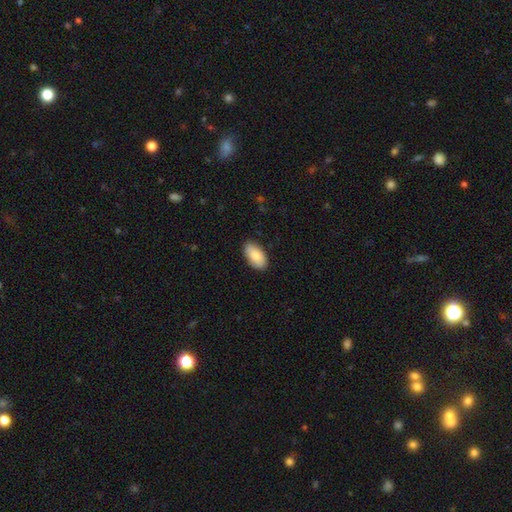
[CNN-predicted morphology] smooth_or_featured: smooth (p=0.85) [alt: featured or disk p=0.09]
how_rounded: in between (p=0.95) [alt: round p=0.03]
merging: none (p=0.87) [alt: minor disturbance p=0.10]